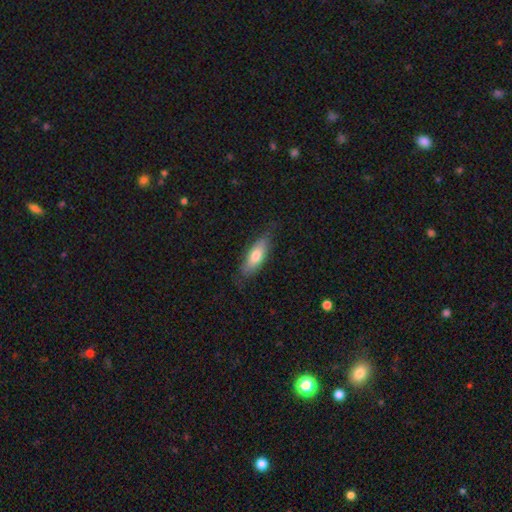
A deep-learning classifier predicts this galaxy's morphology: Overall: smooth (70%). How rounded: in between (63%; cigar-shaped 35%). Merging: none (75%).